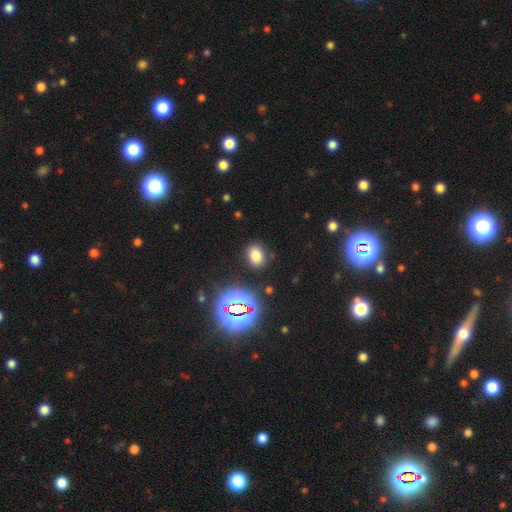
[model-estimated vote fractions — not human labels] Q: Smooth or featured?
A: smooth (72%); runner-up: star or artifact (21%)
Q: How rounded?
A: in between (61%); runner-up: round (38%)
Q: Merging?
A: none (85%); runner-up: minor disturbance (9%)